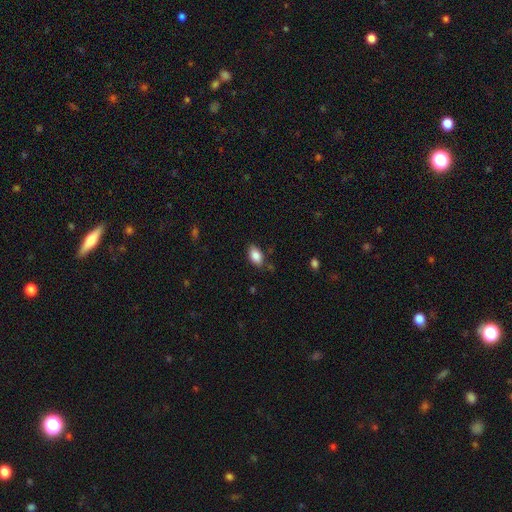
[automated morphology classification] This is clearly a smooth galaxy (86%). How rounded: clearly in between (89%). Merging: likely none (78%).